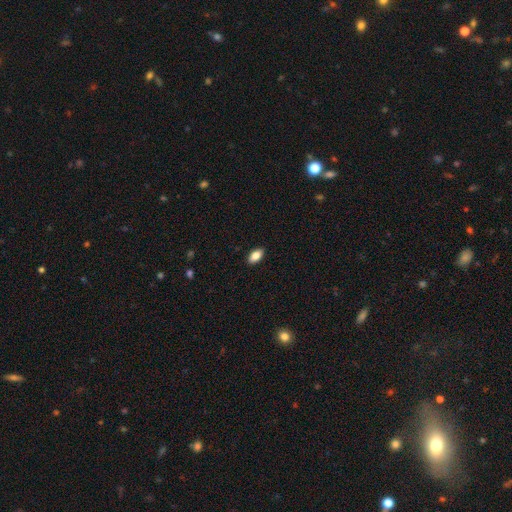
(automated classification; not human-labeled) smooth 83%, featured or disk 10%, star or artifact 7%. Down the decision tree: how rounded — in between (91%); merging — none (90%).